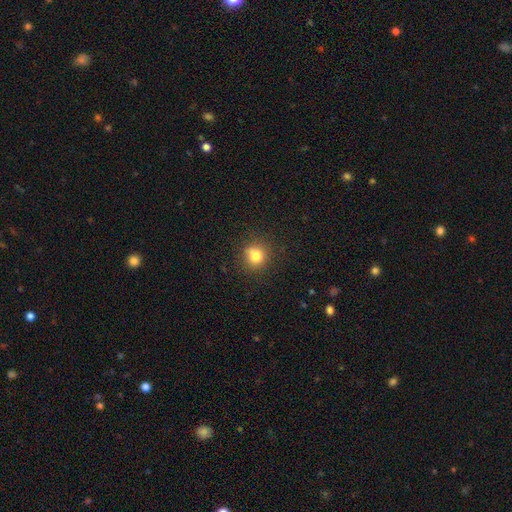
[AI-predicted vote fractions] A smooth galaxy with no disk features (79%) that is round (86%).

Vote fractions:
- Smooth or featured? smooth: 79% / star or artifact: 13% / featured or disk: 8%
- How rounded? round: 86% / in between: 13% / cigar-shaped: 1%
- Merging? none: 79% / minor disturbance: 14% / major disturbance: 4% / merger: 3%